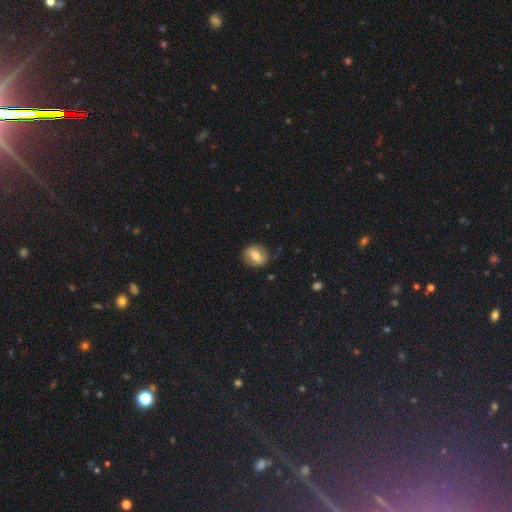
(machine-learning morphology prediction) smooth-or-featured: smooth: 58% | featured or disk: 34% | star or artifact: 8%
  how-rounded: round: 58% | in between: 41% | cigar-shaped: 2%
  merging: none: 80% | minor disturbance: 14% | major disturbance: 4% | merger: 1%